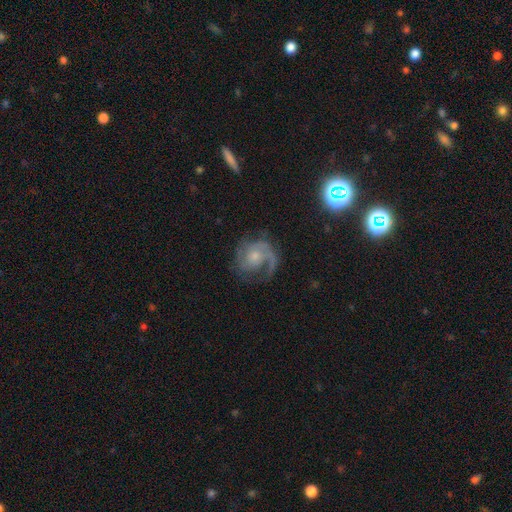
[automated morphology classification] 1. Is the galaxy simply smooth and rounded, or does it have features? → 82% featured or disk, 11% smooth, 7% star or artifact.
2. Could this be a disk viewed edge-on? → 98% no, 2% yes.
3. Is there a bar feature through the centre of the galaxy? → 71% no, 25% weak, 4% strong.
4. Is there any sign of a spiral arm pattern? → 95% yes, 5% no.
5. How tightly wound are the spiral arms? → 45% medium, 35% tight, 20% loose.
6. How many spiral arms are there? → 46% 2, 32% 1, 10% can't tell, 7% 3, 2% 4, 2% more than 4.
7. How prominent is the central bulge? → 46% small, 42% moderate, 6% none, 5% large, 1% dominant.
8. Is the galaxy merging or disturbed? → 62% none, 18% minor disturbance, 17% major disturbance, 2% merger.